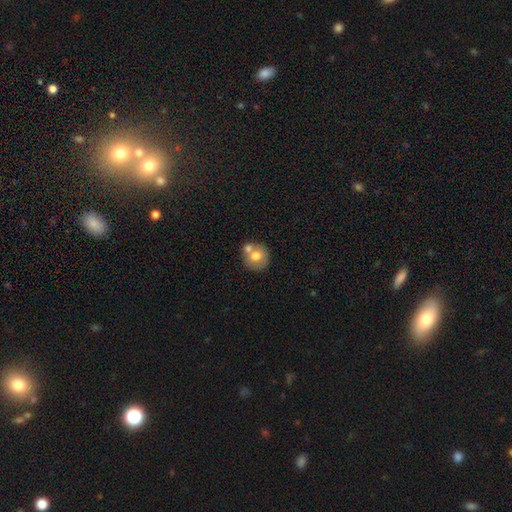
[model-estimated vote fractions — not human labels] This appears to be a smooth galaxy with no disk features (69%) that is round (87%). Merging: none (51%).